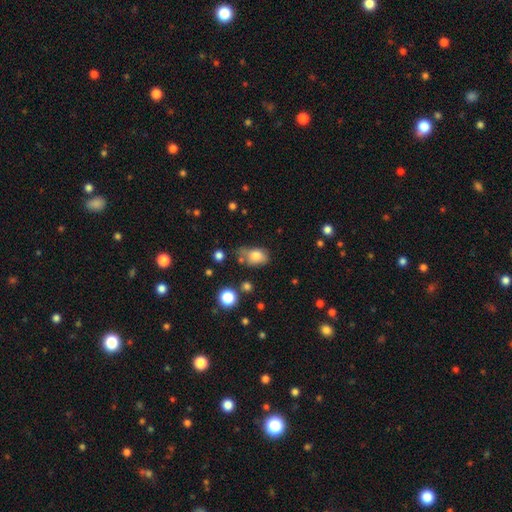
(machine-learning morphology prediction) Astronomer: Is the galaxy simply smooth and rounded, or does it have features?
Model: smooth — 77%.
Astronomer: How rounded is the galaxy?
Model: in between — 77%.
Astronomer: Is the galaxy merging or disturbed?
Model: none — 42% (runner-up: minor disturbance, 34%).